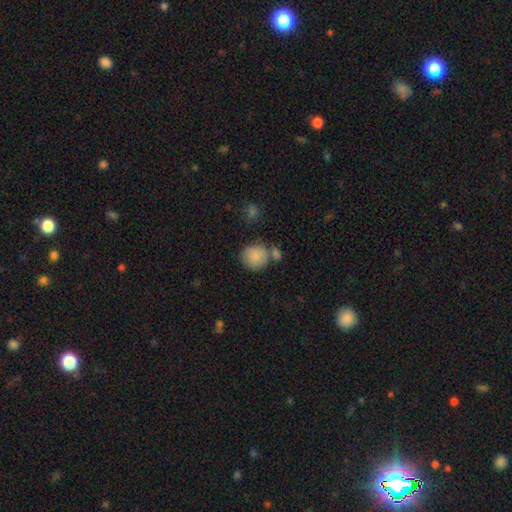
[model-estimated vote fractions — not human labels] Q: Smooth or featured?
A: smooth (86%); runner-up: star or artifact (8%)
Q: How rounded?
A: round (86%); runner-up: in between (13%)
Q: Merging?
A: none (62%); runner-up: merger (20%)